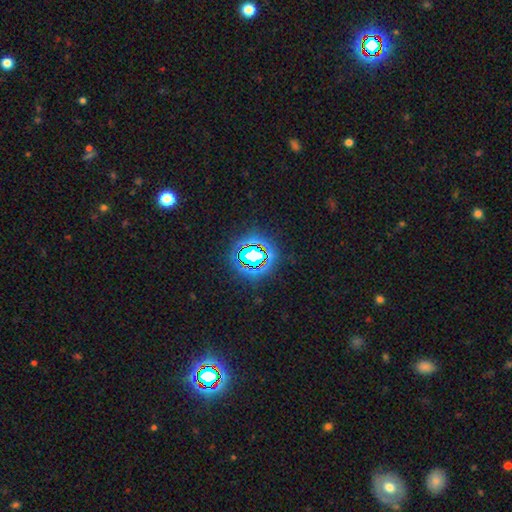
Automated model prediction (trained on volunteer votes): Morphology: type=star or artifact (70%).